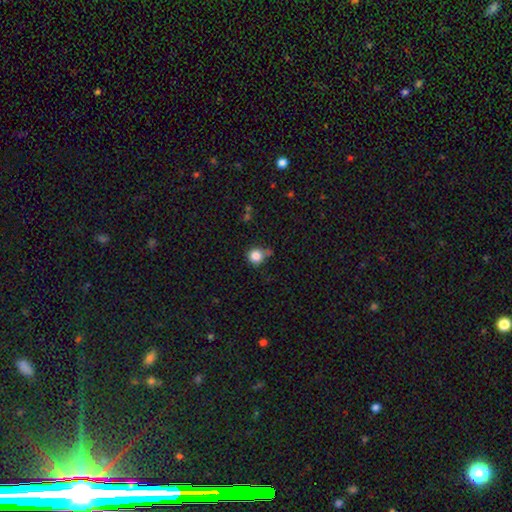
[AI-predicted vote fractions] Smooth or featured? smooth (84%)
How rounded? round (91%)
Merging? none (65%)